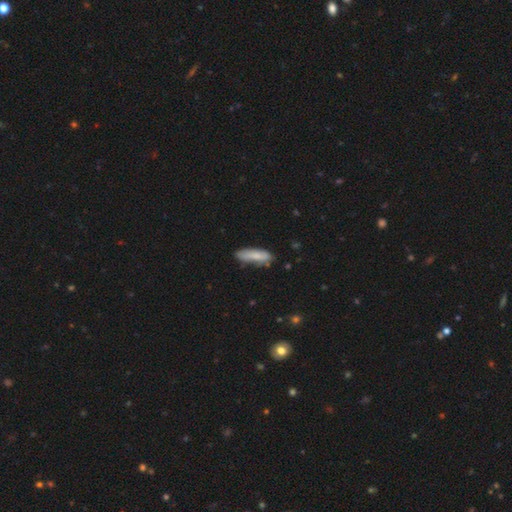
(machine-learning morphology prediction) smooth 78%, featured or disk 16%, star or artifact 6%. Down the decision tree: how rounded — cigar-shaped (60%); merging — none (71%).